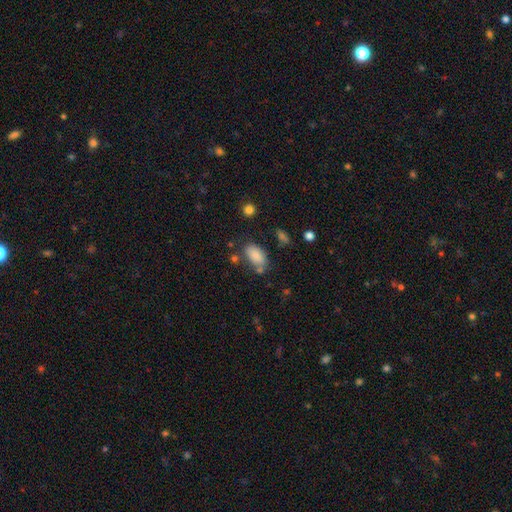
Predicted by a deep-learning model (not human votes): Smooth or featured? smooth (84%)
How rounded? in between (92%)
Merging? none (65%)